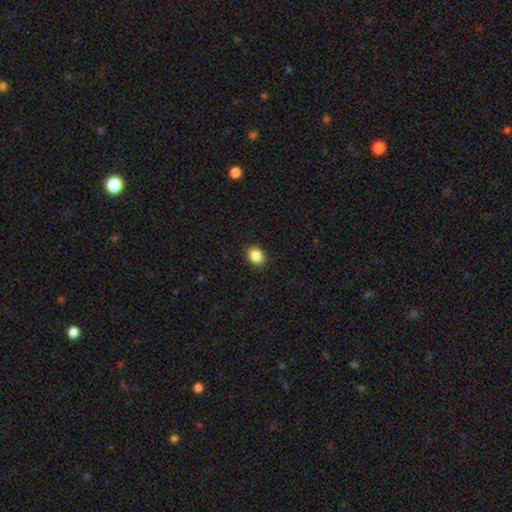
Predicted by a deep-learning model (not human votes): Overall: smooth (87%). How rounded: in between (52%; round 47%). Merging: none (90%).